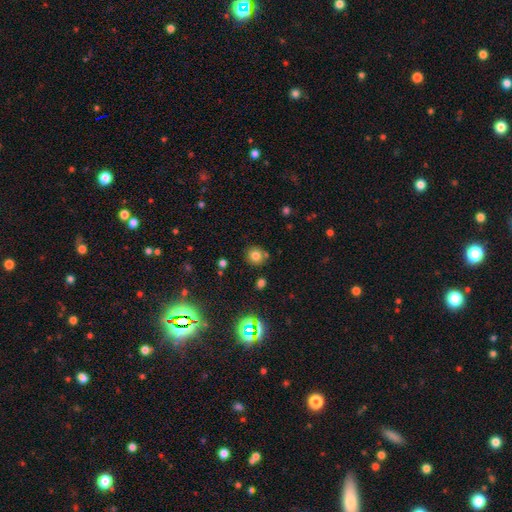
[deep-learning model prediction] This appears to be a smooth galaxy with no disk features (75%) that is round (88%). Merging: none (81%).